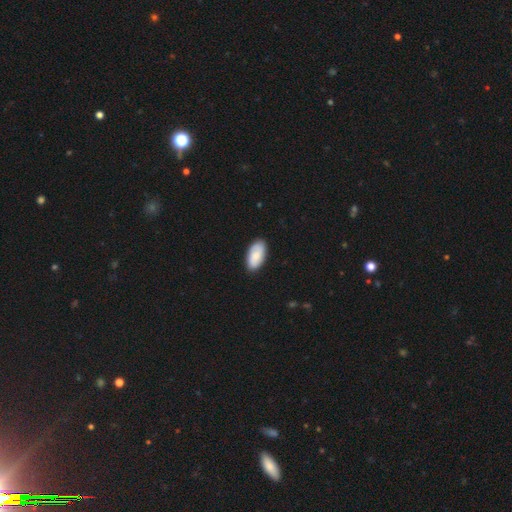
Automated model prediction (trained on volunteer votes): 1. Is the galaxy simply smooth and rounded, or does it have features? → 79% smooth, 15% featured or disk, 6% star or artifact.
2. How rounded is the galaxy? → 95% in between, 3% cigar-shaped, 2% round.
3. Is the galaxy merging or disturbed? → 87% none, 10% minor disturbance, 2% major disturbance, 1% merger.